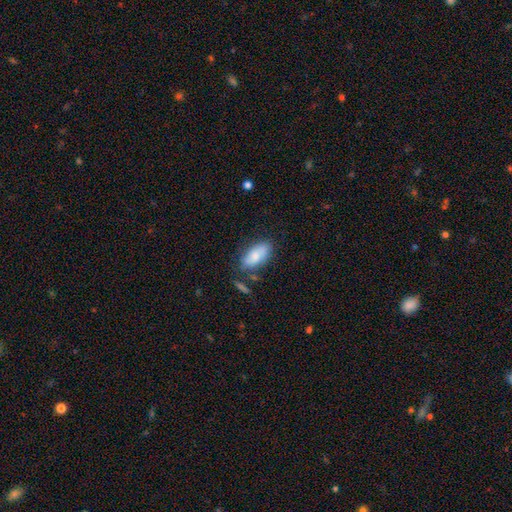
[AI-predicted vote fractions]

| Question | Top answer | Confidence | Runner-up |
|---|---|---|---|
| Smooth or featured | smooth | 79% | featured or disk (14%) |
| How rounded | in between | 90% | cigar-shaped (7%) |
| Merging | none | 69% | minor disturbance (20%) |